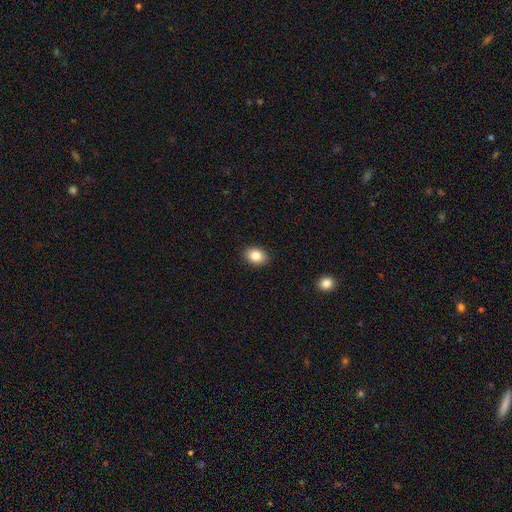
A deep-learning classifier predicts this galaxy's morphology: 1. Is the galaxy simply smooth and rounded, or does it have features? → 84% smooth, 9% star or artifact, 7% featured or disk.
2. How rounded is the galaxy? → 76% in between, 23% round, 1% cigar-shaped.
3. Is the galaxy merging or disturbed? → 90% none, 7% minor disturbance, 2% major disturbance, 1% merger.